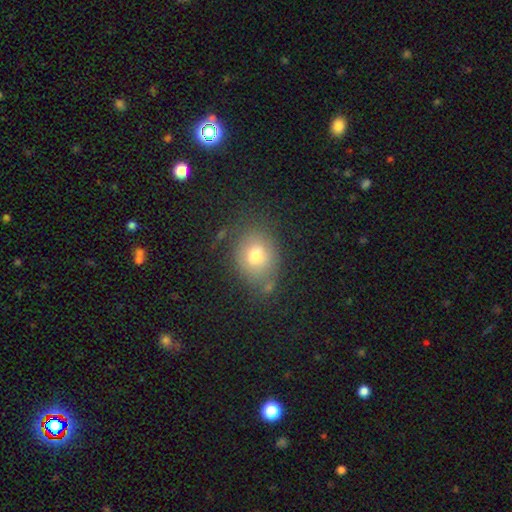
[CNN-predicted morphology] Smooth or featured? smooth (75%)
How rounded? in between (52%)
Merging? none (69%)